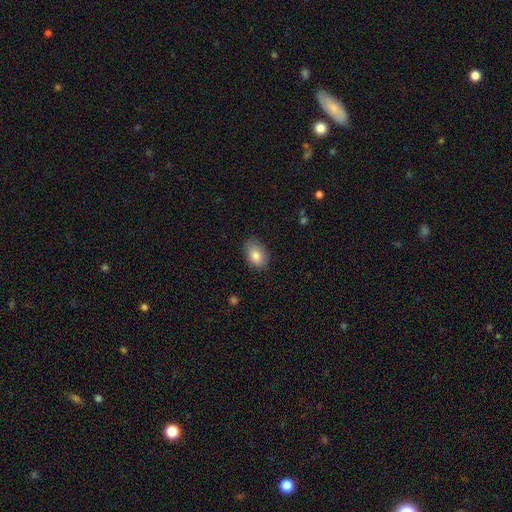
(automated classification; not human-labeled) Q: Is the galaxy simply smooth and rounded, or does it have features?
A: smooth — 84%.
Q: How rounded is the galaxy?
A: in between — 86%.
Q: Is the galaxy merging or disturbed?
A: none — 81%.